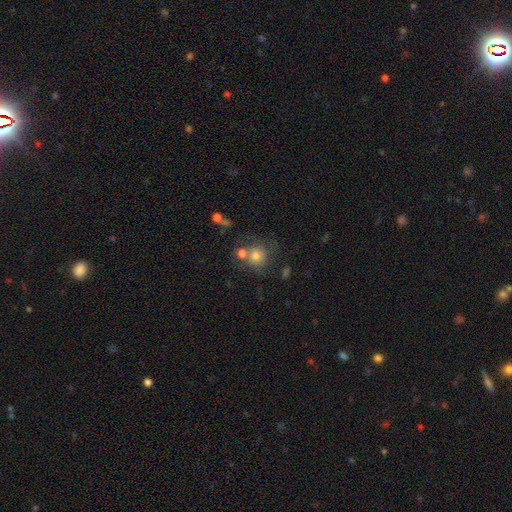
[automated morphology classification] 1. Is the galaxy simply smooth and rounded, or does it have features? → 70% smooth, 18% featured or disk, 12% star or artifact.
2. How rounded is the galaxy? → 83% round, 16% in between, 1% cigar-shaped.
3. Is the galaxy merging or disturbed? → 49% none, 28% merger, 14% minor disturbance, 9% major disturbance.